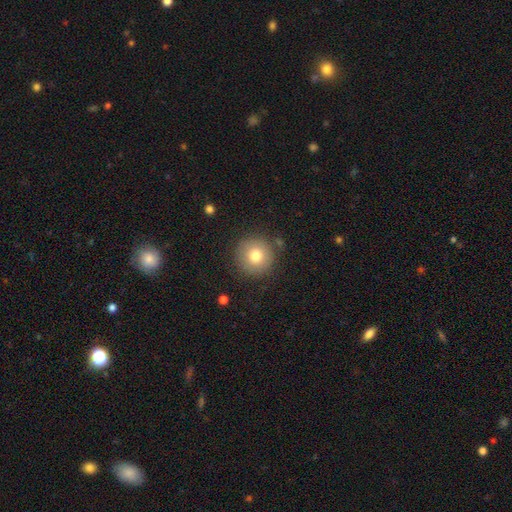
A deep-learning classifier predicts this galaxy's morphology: A smooth galaxy with no disk features (77%) that is round (95%). Merging: none (86%).